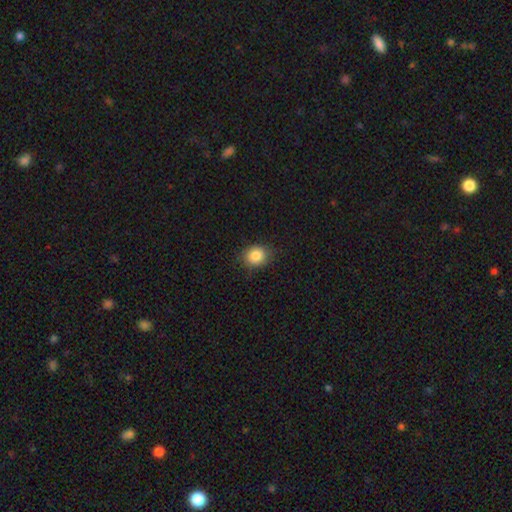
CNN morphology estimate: The model was most divided on "how rounded": round: 65%, in between: 34%, cigar-shaped: 1%. More confident: smooth or featured — smooth (85%); merging — none (85%).